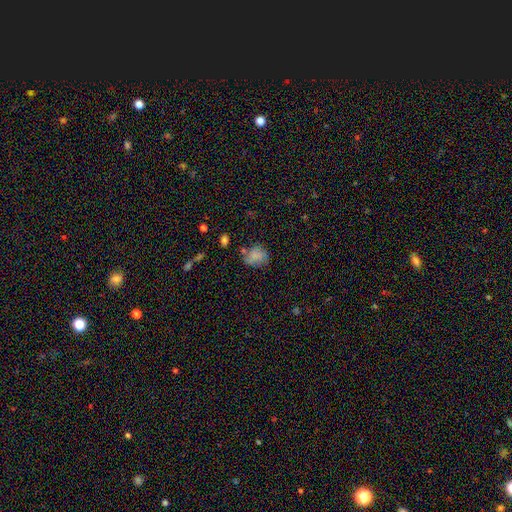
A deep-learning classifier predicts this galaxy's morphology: smooth 74%, featured or disk 15%, star or artifact 11%. Down the decision tree: how rounded — round (62%); merging — none (56%).